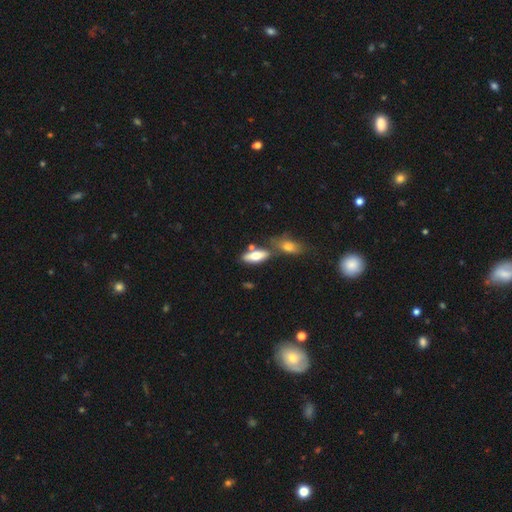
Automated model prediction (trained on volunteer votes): Smooth or featured? Predicted: smooth (p=0.67). How rounded? Predicted: in between (p=0.75). Merging? Predicted: none (p=0.55).